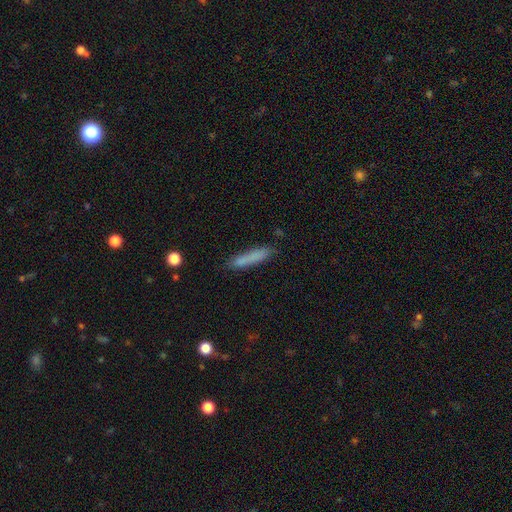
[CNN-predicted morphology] This appears to be a smooth galaxy with no disk features (72%) that is cigar-shaped (91%). Merging: none (83%).